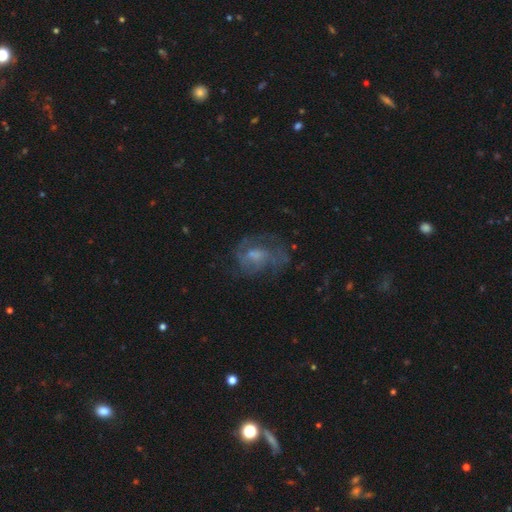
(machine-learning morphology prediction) type=featured or disk (67%); edge-on=no (97%); bar=no (59%); spiral arms=yes (77%); winding=medium (46%); arm count=can't tell (37%); bulge=moderate (38%); merging=none (52%).